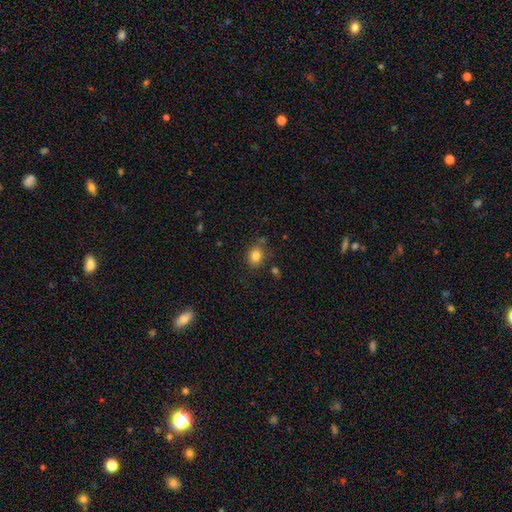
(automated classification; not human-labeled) The model was most divided on "how rounded": in between: 56%, round: 43%, cigar-shaped: 1%. More confident: smooth or featured — smooth (83%); merging — none (76%).